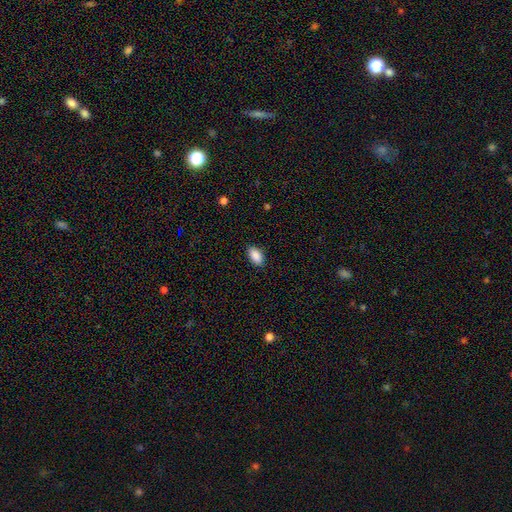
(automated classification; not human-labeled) smooth 90%, star or artifact 7%, featured or disk 3%. Down the decision tree: how rounded — in between (93%); merging — none (88%).